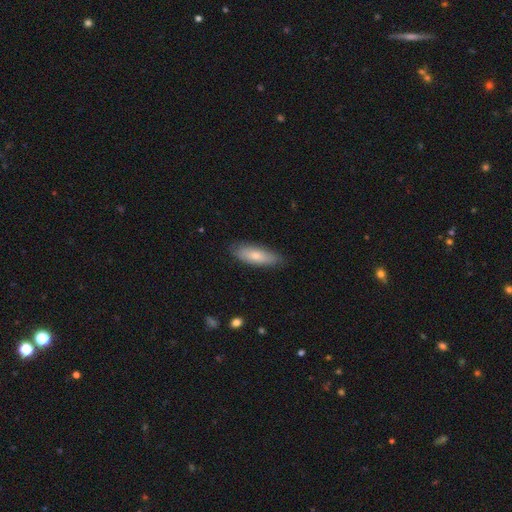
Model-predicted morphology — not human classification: smooth-or-featured: smooth: 72% | featured or disk: 22% | star or artifact: 6%
  how-rounded: in between: 62% | cigar-shaped: 36% | round: 2%
  merging: none: 82% | minor disturbance: 14% | major disturbance: 2% | merger: 1%